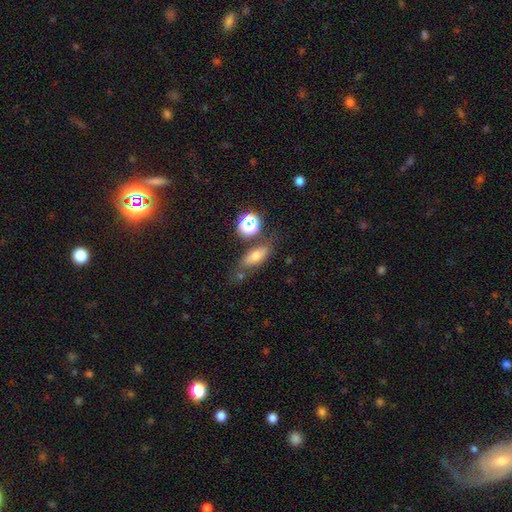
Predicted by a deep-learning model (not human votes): smooth_or_featured: smooth (p=0.57) [alt: featured or disk p=0.24]
how_rounded: in between (p=0.59) [alt: cigar-shaped p=0.28]
merging: none (p=0.63) [alt: minor disturbance p=0.18]